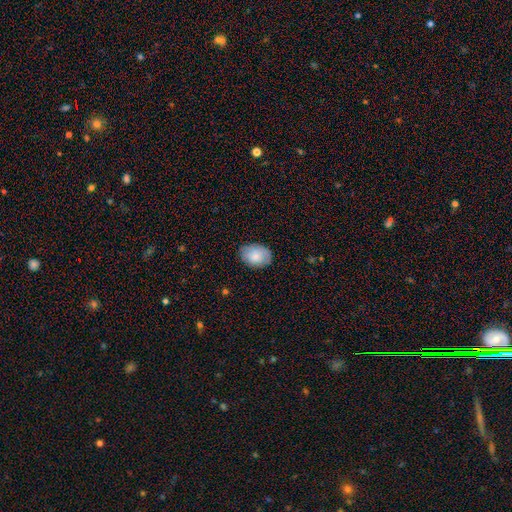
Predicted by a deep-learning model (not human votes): This is clearly a smooth galaxy (80%). How rounded: likely in between (78%). Merging: likely none (78%).